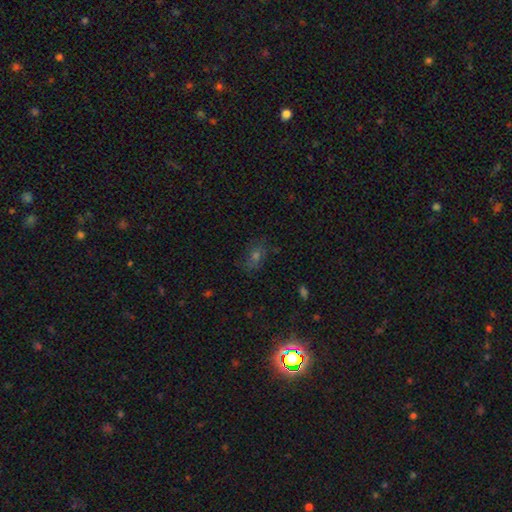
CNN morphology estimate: Smooth or featured? star or artifact (42%)